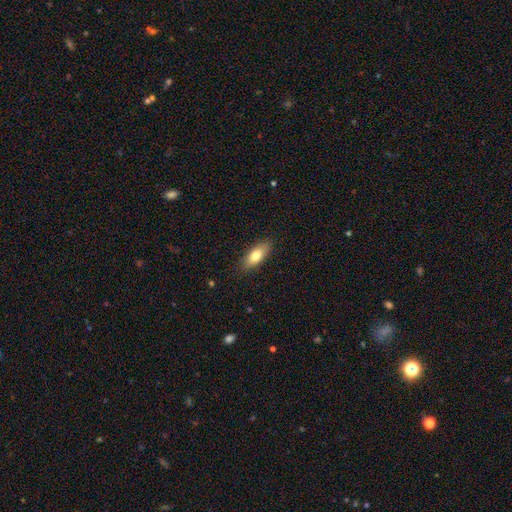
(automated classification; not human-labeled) Overall: smooth (74%). How rounded: in between (75%). Merging: none (87%).